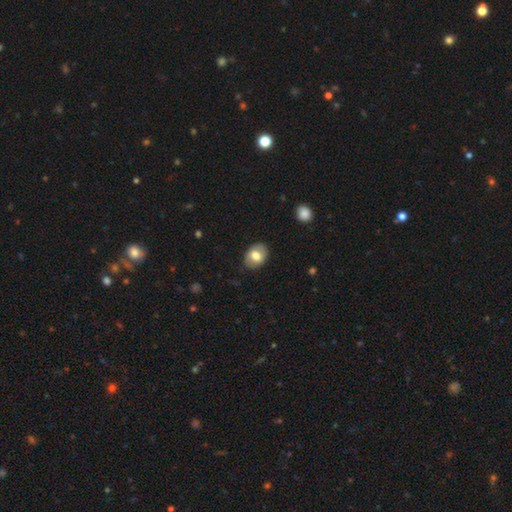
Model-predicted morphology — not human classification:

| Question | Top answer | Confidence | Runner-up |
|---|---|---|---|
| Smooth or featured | smooth | 70% | featured or disk (23%) |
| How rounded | in between | 71% | round (28%) |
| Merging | none | 85% | minor disturbance (12%) |